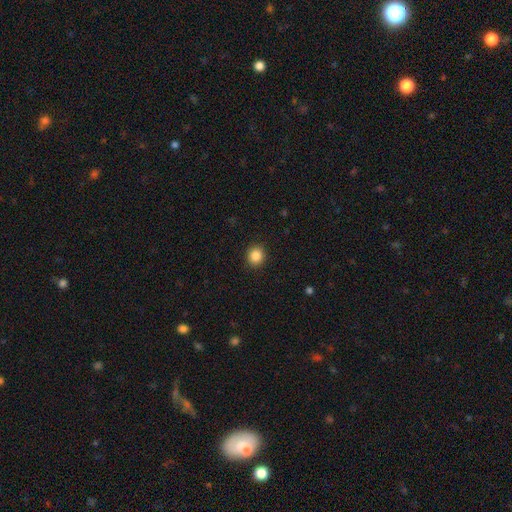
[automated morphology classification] This is clearly a smooth galaxy (86%). How rounded: clearly round (80%). Merging: clearly none (91%).